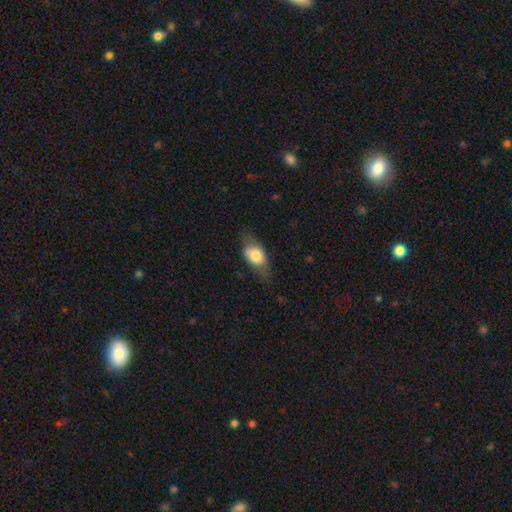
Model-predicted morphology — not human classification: Smooth or featured?
  - smooth: 69% *
  - featured or disk: 24%
  - star or artifact: 8%
How rounded?
  - in between: 78% *
  - round: 15%
  - cigar-shaped: 7%
Merging?
  - none: 60% *
  - minor disturbance: 28%
  - major disturbance: 10%
  - merger: 2%